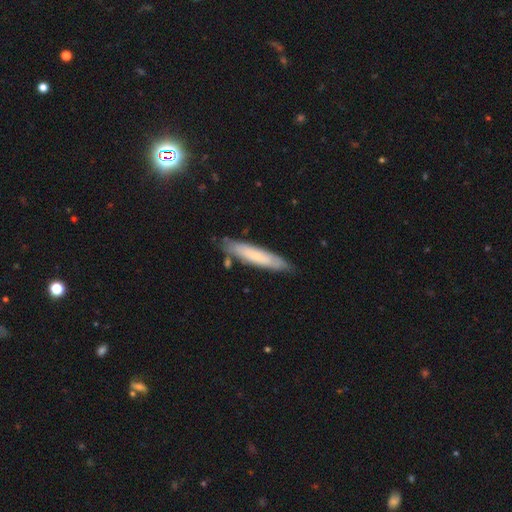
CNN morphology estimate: Smooth or featured? Predicted: smooth (p=0.67). How rounded? Predicted: cigar-shaped (p=0.87). Merging? Predicted: none (p=0.82).